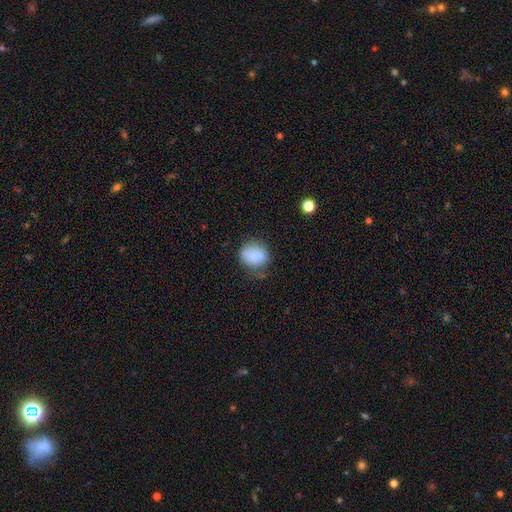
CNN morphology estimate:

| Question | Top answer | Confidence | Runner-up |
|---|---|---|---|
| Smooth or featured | smooth | 84% | star or artifact (9%) |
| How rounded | round | 57% | in between (41%) |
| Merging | none | 59% | minor disturbance (28%) |